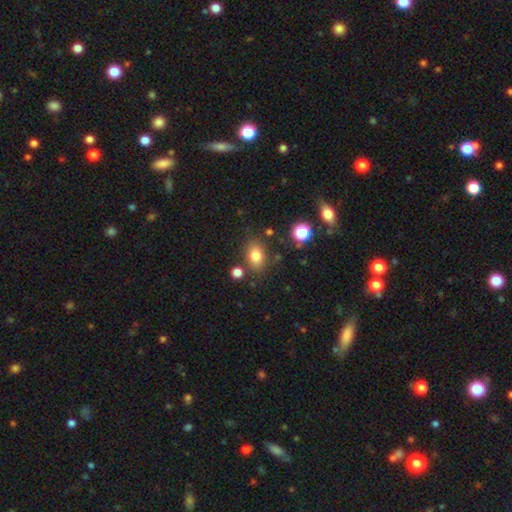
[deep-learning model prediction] smooth_or_featured: smooth (p=0.80) [alt: star or artifact p=0.12]
how_rounded: in between (p=0.77) [alt: round p=0.21]
merging: none (p=0.77) [alt: minor disturbance p=0.13]